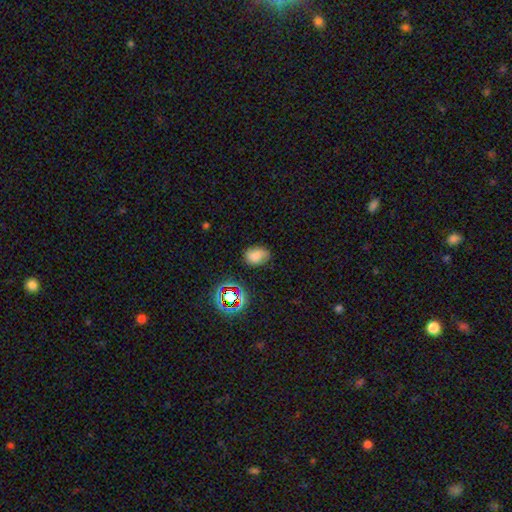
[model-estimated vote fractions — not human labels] A smooth galaxy with no disk features (66%) that is in between round and cigar-shaped (75%). Merging: none (65%).